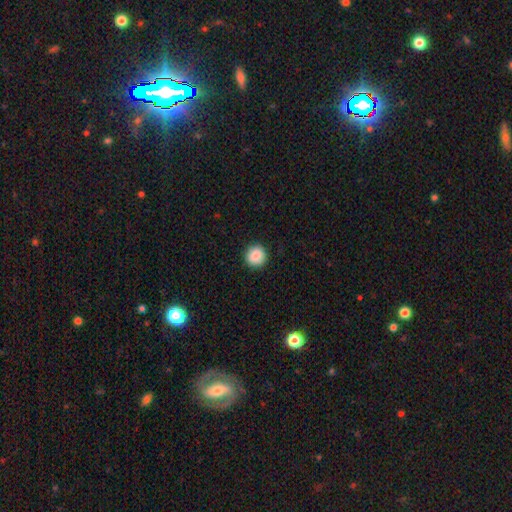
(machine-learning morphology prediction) Smooth or featured? smooth (88%)
How rounded? round (92%)
Merging? none (91%)